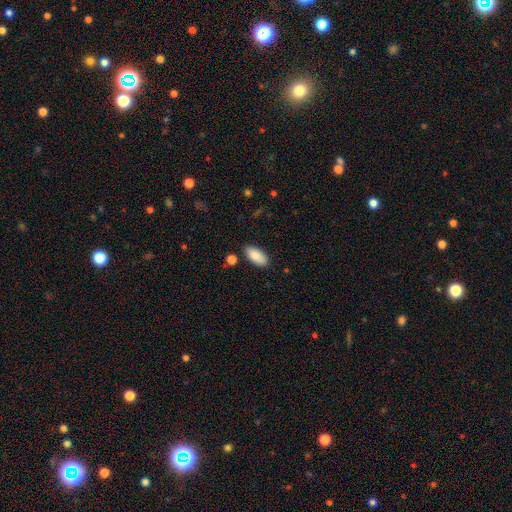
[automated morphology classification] smooth_or_featured: smooth (p=0.88) [alt: star or artifact p=0.06]
how_rounded: in between (p=0.92) [alt: cigar-shaped p=0.06]
merging: none (p=0.86) [alt: minor disturbance p=0.10]